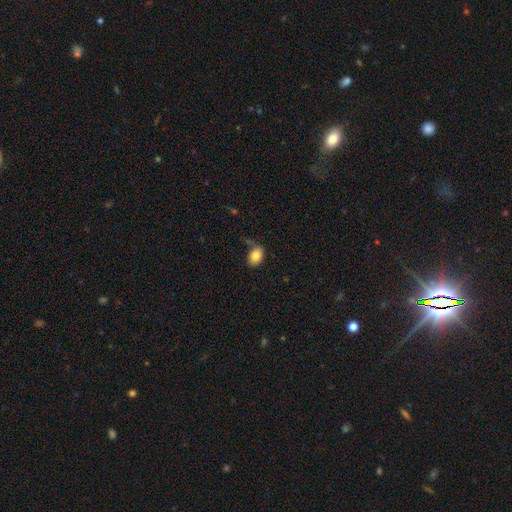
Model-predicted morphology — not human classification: A smooth galaxy with no disk features (83%) that is in between round and cigar-shaped (82%).

Vote fractions:
- Smooth or featured? smooth: 83% / featured or disk: 9% / star or artifact: 8%
- How rounded? in between: 82% / round: 17% / cigar-shaped: 1%
- Merging? none: 71% / minor disturbance: 18% / merger: 6% / major disturbance: 5%